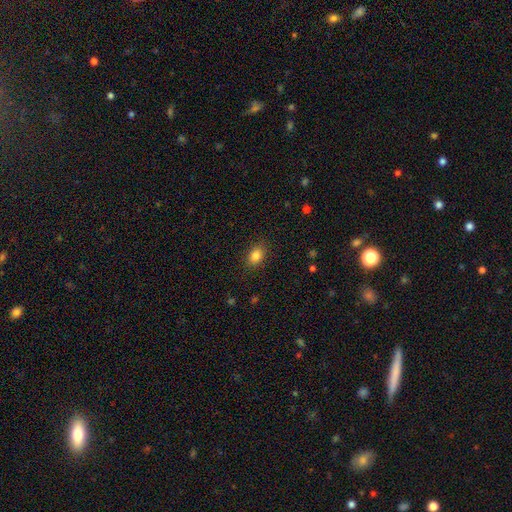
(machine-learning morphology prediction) Q: Smooth or featured?
A: smooth (83%); runner-up: star or artifact (10%)
Q: How rounded?
A: in between (73%); runner-up: round (26%)
Q: Merging?
A: none (86%); runner-up: minor disturbance (10%)